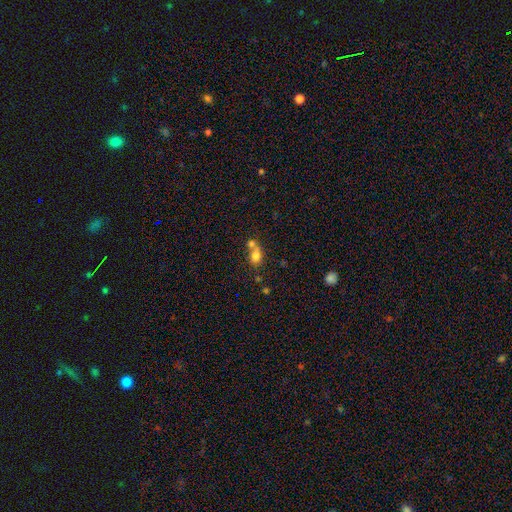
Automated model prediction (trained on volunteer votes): Smooth or featured: smooth — 76% (featured or disk — 13%)
How rounded: round — 53% (in between — 46%)
Merging: merger — 55% (none — 32%)